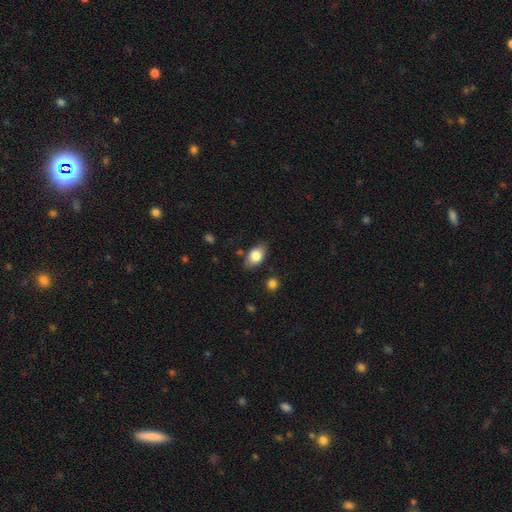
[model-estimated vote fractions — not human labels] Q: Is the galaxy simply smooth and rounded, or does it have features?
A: smooth — 81%.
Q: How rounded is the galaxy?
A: in between — 86%.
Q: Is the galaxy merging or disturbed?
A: none — 79%.